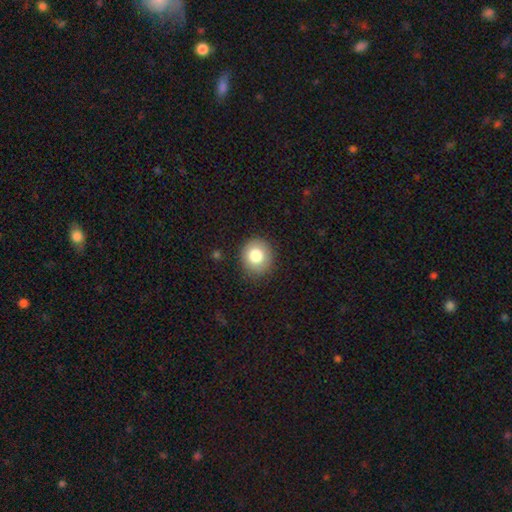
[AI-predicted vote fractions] Smooth or featured? smooth (80%)
How rounded? round (86%)
Merging? none (87%)